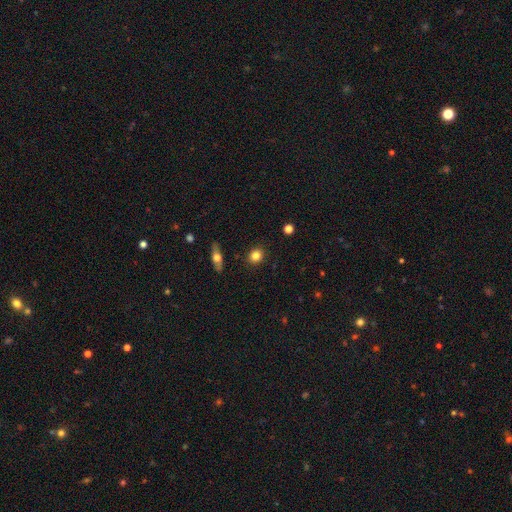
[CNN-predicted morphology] This appears to be a smooth galaxy with no disk features (83%) that is round (75%). Merging: none (90%).